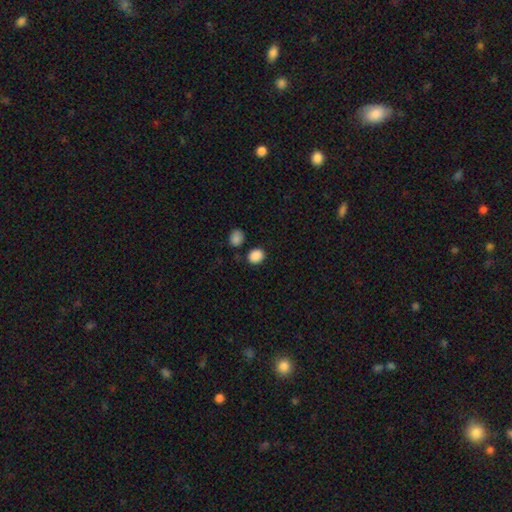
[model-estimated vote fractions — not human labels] Smooth or featured? smooth (87%)
How rounded? round (64%)
Merging? none (82%)